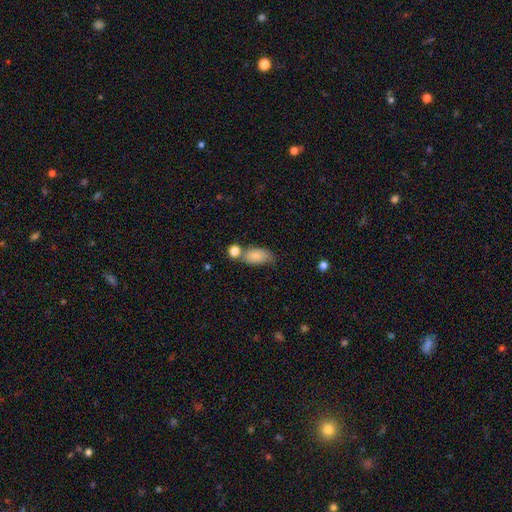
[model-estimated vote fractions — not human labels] smooth-or-featured: smooth: 80% | featured or disk: 13% | star or artifact: 8%
  how-rounded: in between: 89% | round: 7% | cigar-shaped: 4%
  merging: none: 46% | merger: 26% | minor disturbance: 21% | major disturbance: 7%